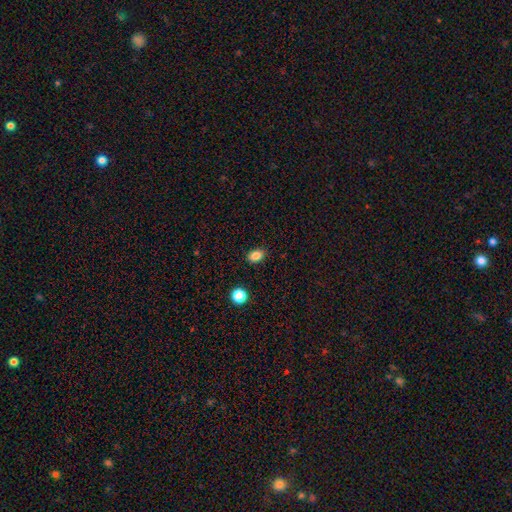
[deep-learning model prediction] smooth 85%, star or artifact 11%, featured or disk 5%. Down the decision tree: how rounded — in between (77%); merging — none (88%).